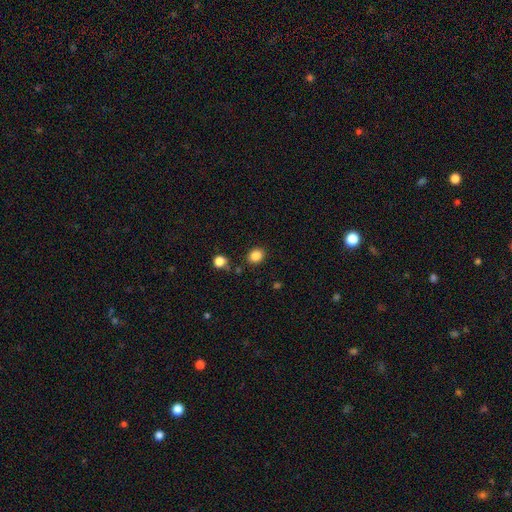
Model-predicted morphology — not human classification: A smooth galaxy with no disk features (86%) that is round (57%).

Vote fractions:
- Smooth or featured? smooth: 86% / star or artifact: 11% / featured or disk: 4%
- How rounded? round: 57% / in between: 42% / cigar-shaped: 1%
- Merging? none: 85% / minor disturbance: 9% / merger: 3% / major disturbance: 3%